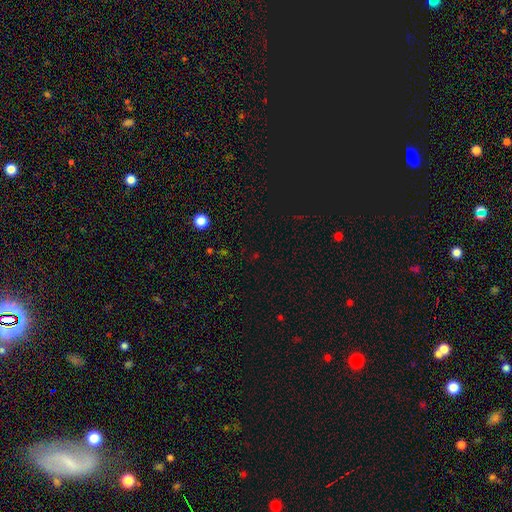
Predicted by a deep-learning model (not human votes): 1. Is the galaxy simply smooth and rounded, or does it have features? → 62% star or artifact, 30% smooth, 7% featured or disk.